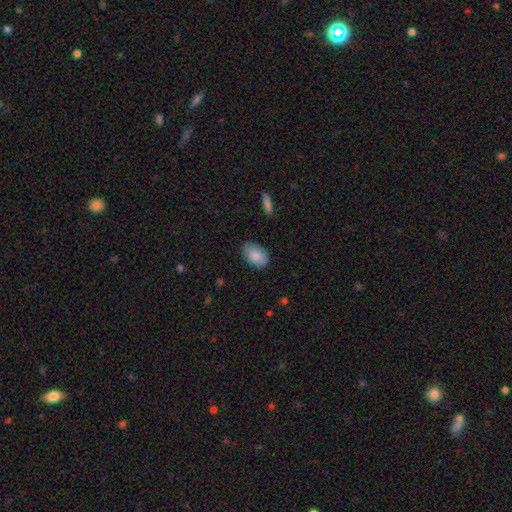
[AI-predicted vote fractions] A smooth galaxy with no disk features (85%) that is in between round and cigar-shaped (90%).

Vote fractions:
- Smooth or featured? smooth: 85% / featured or disk: 9% / star or artifact: 7%
- How rounded? in between: 90% / round: 9% / cigar-shaped: 1%
- Merging? none: 81% / minor disturbance: 15% / major disturbance: 3% / merger: 1%